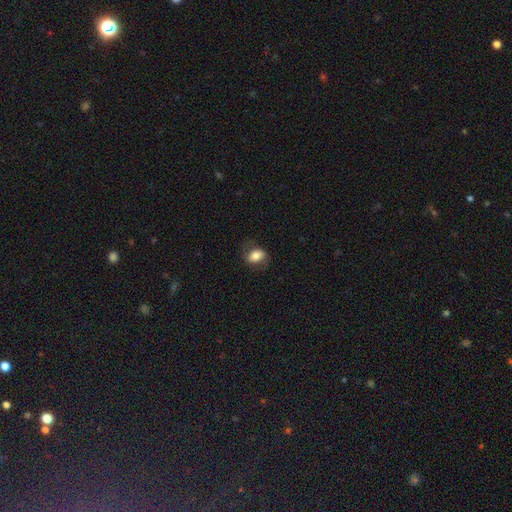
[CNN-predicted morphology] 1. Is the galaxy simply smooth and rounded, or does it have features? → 71% smooth, 21% featured or disk, 8% star or artifact.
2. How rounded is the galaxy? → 75% in between, 23% round, 2% cigar-shaped.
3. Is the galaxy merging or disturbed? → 71% none, 18% minor disturbance, 10% major disturbance, 1% merger.